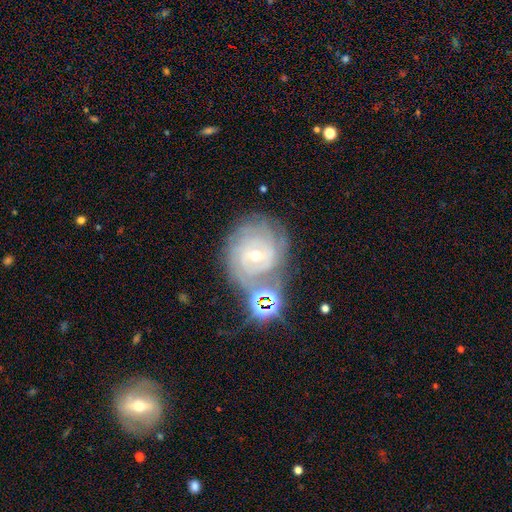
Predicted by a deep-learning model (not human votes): A featured or disk galaxy (80%) with no bar (48%), tight (75%) spiral arms (94%) and a small central bulge (64%). Merging: none (61%).